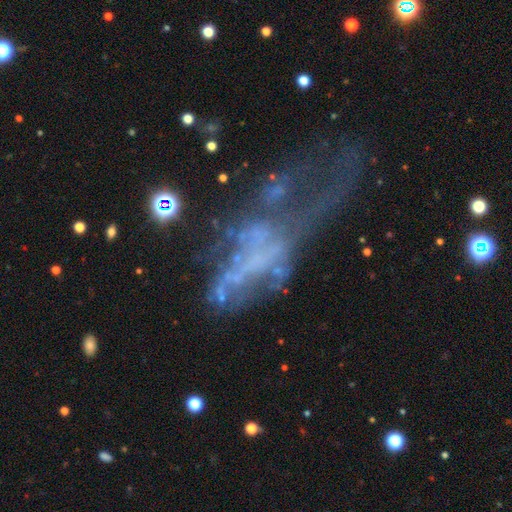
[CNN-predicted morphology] This is possibly a featured or disk galaxy (58%). It is clearly not viewed edge-on (87%). Bar: clearly no (86%). Spiral arm pattern: clearly no (86%). Central bulge: clearly none (83%). Merging: possibly major disturbance (54%).